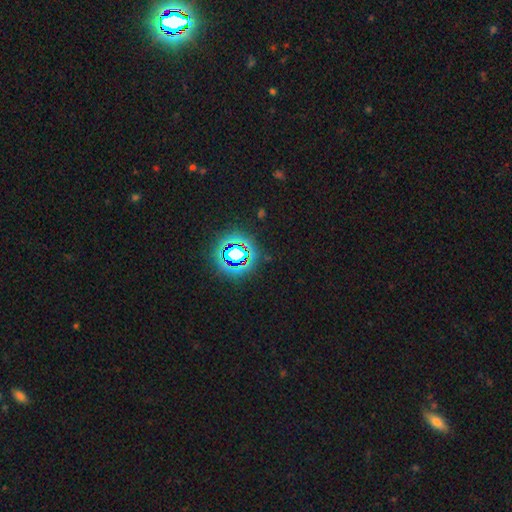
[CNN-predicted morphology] type=star or artifact (79%).